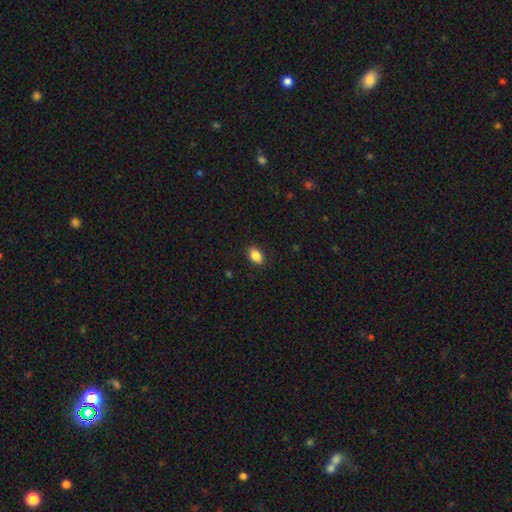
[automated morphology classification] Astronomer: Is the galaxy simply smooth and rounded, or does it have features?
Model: smooth — 87%.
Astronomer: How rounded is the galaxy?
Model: in between — 84%.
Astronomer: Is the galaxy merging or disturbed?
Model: none — 89%.